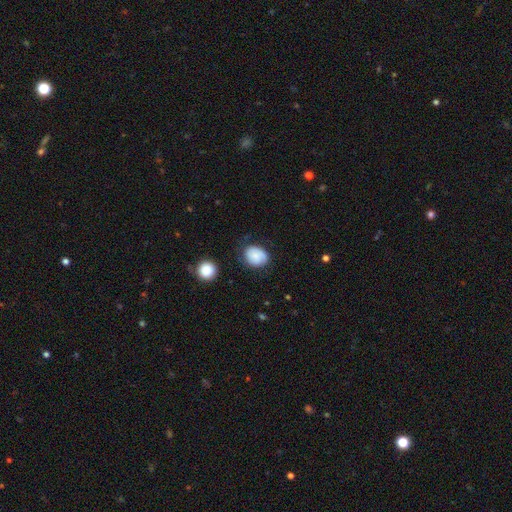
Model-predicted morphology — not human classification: type=smooth (68%); roundness=in between (50%); merging=none (63%).